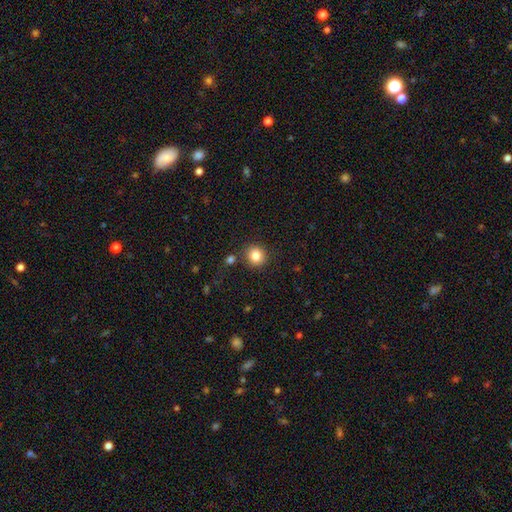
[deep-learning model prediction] A smooth galaxy with no disk features (84%) that is round (91%). Merging: none (85%).